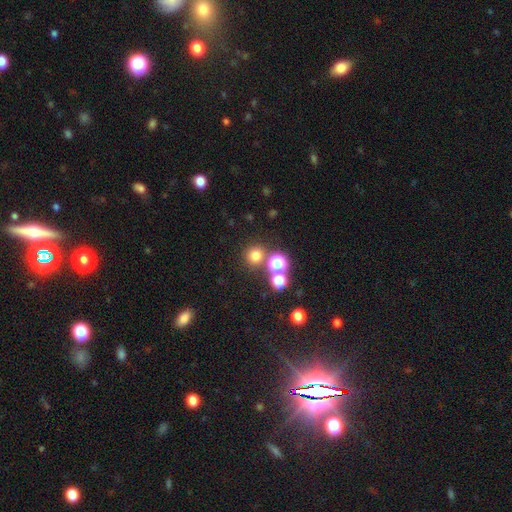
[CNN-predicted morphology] Smooth or featured? smooth (72%)
How rounded? round (93%)
Merging? none (78%)